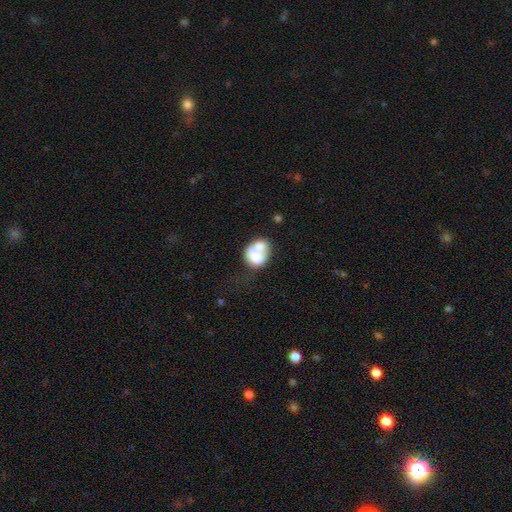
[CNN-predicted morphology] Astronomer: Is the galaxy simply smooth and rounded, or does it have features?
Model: smooth — 62%.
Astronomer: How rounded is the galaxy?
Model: in between — 51% (runner-up: round, 48%).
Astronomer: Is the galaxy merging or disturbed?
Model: merger — 56%.